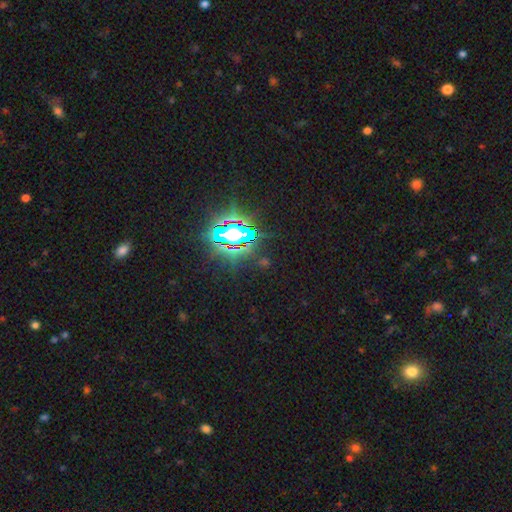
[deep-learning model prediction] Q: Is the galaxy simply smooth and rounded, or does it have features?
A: star or artifact — 82%.